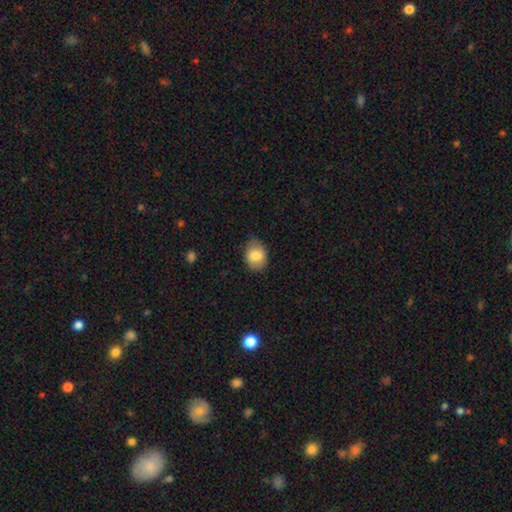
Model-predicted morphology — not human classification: Overall: smooth (81%). How rounded: in between (61%; round 38%). Merging: none (72%).